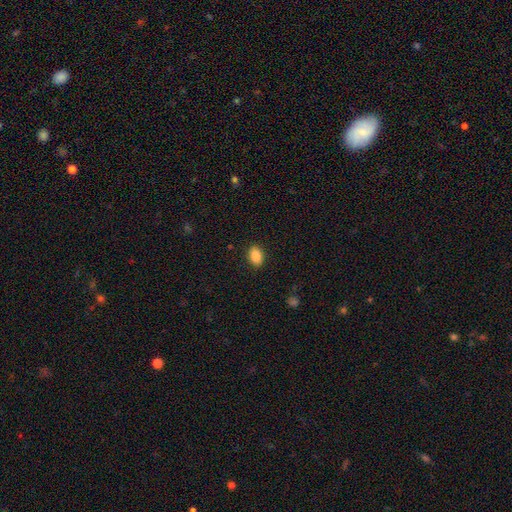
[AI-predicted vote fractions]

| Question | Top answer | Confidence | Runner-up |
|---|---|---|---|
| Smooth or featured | smooth | 88% | star or artifact (8%) |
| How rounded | in between | 84% | round (15%) |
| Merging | none | 89% | minor disturbance (7%) |